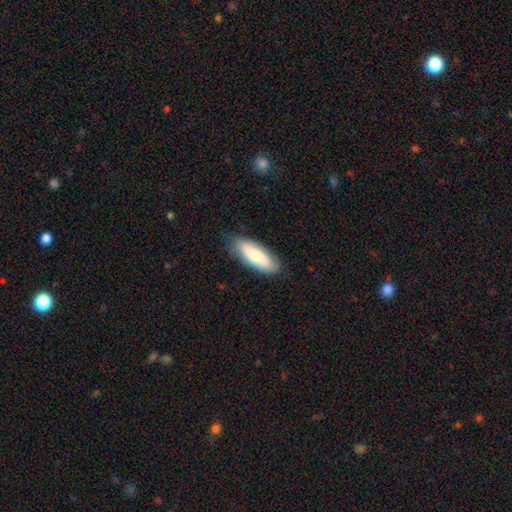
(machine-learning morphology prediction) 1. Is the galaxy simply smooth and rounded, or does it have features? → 66% smooth, 28% featured or disk, 6% star or artifact.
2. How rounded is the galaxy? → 76% in between, 22% cigar-shaped, 2% round.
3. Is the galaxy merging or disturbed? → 80% none, 15% minor disturbance, 3% major disturbance, 1% merger.